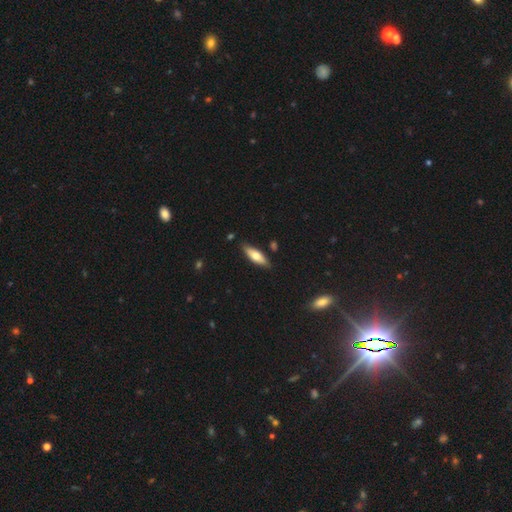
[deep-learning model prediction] This appears to be a smooth galaxy with no disk features (65%) that is in between round and cigar-shaped (53%). Merging: none (83%).